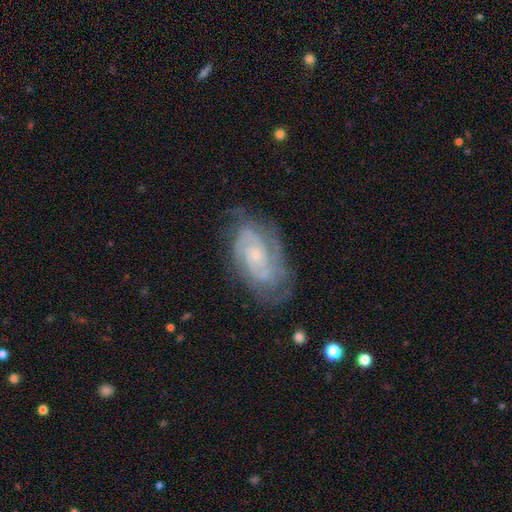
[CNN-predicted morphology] Overall: featured or disk (84%). Edge-on disk: no (96%). Bar: no (67%; weak 28%). Spiral arms: yes (95%). Spiral arm count: 2 (46%; can't tell 25%). Spiral winding: tight (62%; medium 31%). Bulge size: small (74%). Merging: none (70%).